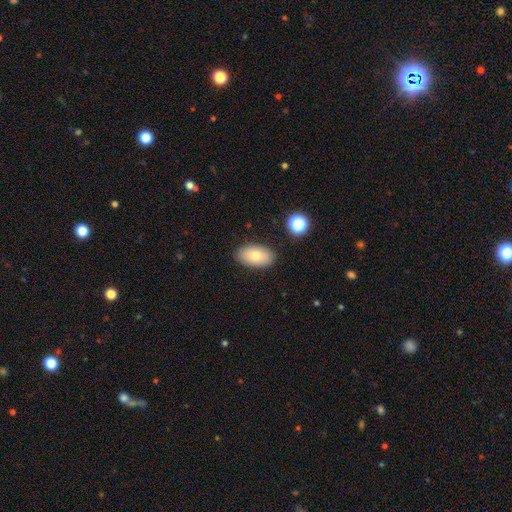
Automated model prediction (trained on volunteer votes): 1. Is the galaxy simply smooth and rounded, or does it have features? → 76% smooth, 16% featured or disk, 8% star or artifact.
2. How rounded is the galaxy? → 93% in between, 5% round, 2% cigar-shaped.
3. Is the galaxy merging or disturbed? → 86% none, 10% minor disturbance, 2% major disturbance, 2% merger.